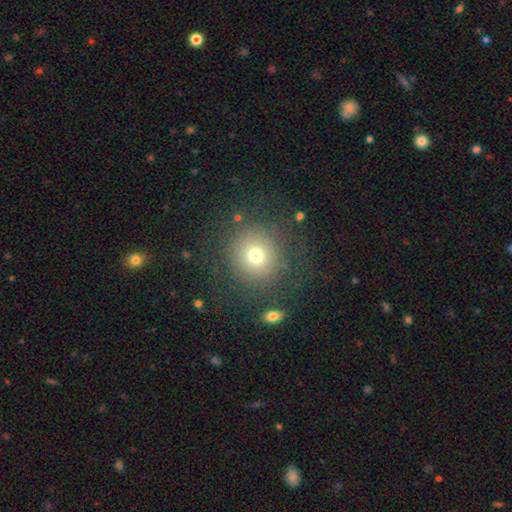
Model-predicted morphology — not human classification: type=smooth (71%); roundness=round (89%); merging=none (78%).